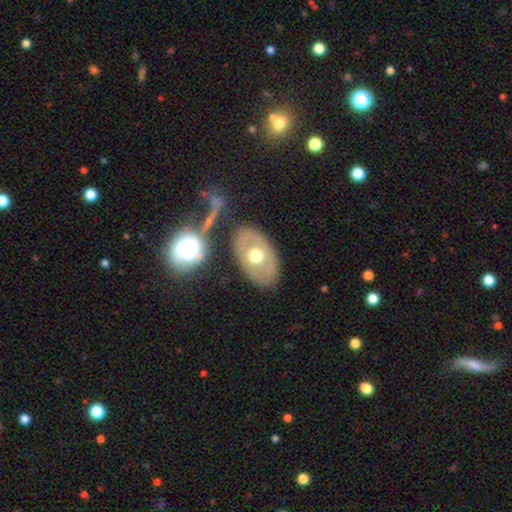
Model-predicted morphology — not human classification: Overall: featured or disk (48%; smooth 45%). Merging: none (79%).